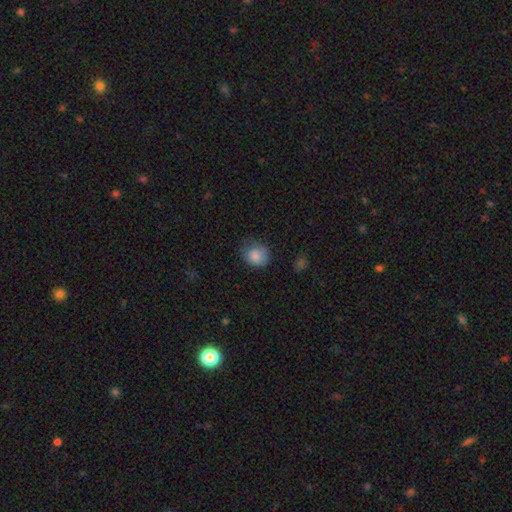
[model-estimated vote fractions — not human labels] A smooth galaxy with no disk features (84%) that is round (69%). Merging: none (58%).